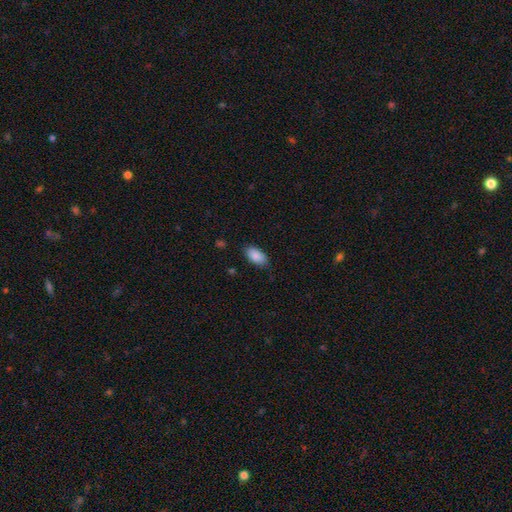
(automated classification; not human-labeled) Q: Smooth or featured?
A: smooth (88%); runner-up: star or artifact (7%)
Q: How rounded?
A: in between (94%); runner-up: round (3%)
Q: Merging?
A: none (82%); runner-up: minor disturbance (15%)